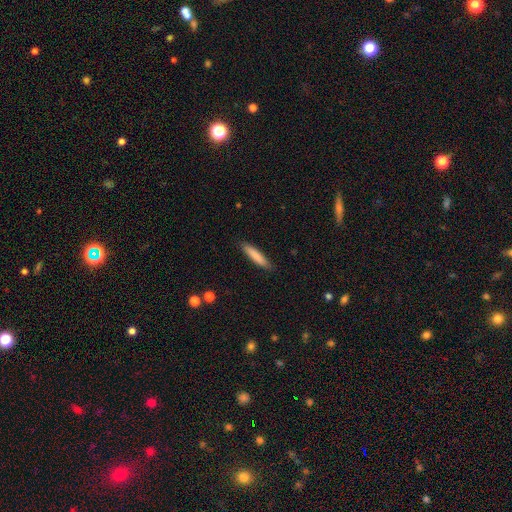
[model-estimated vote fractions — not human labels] Smooth or featured? Predicted: smooth (p=0.84). How rounded? Predicted: cigar-shaped (p=0.86). Merging? Predicted: none (p=0.87).